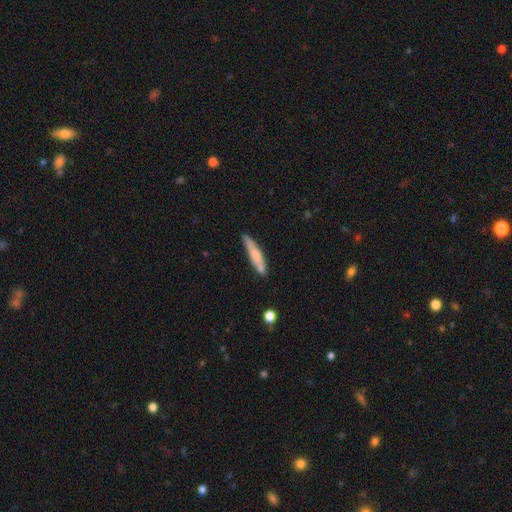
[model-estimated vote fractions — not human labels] Morphology: type=smooth (63%); roundness=cigar-shaped (89%); merging=none (77%).